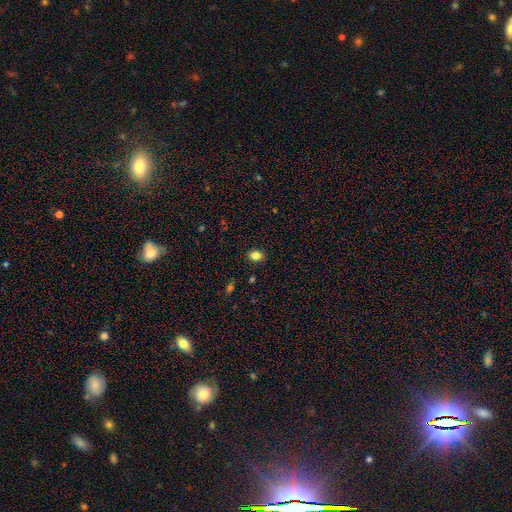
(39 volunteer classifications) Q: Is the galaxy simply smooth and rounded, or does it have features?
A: smooth — 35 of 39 (90%).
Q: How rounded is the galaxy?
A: in between — 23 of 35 (66%).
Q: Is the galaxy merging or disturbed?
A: none — 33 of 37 (89%).